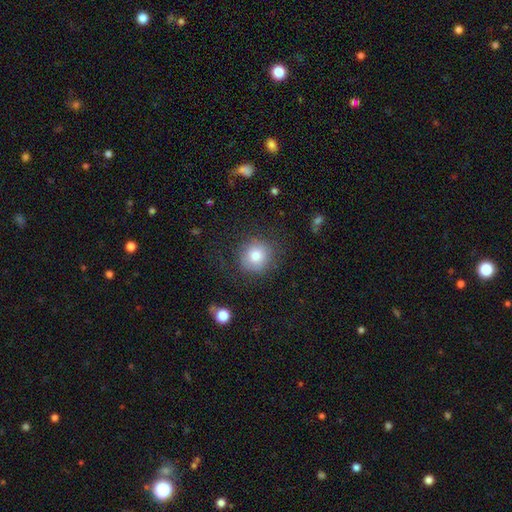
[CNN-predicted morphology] This appears to be a smooth galaxy with no disk features (78%) that is round (90%). Merging: none (77%).